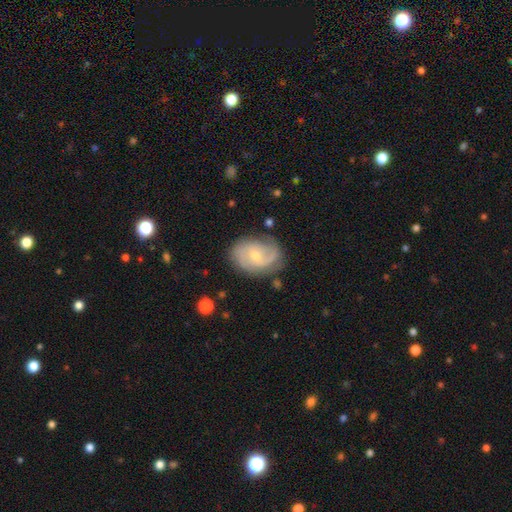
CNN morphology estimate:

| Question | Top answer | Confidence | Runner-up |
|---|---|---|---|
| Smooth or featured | featured or disk | 77% | smooth (17%) |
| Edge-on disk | no | 97% | yes (3%) |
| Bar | no | 56% | weak (38%) |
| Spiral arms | yes | 92% | no (8%) |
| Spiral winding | medium | 46% | tight (31%) |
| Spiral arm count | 2 | 69% | can't tell (14%) |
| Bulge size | small | 56% | moderate (40%) |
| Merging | none | 72% | minor disturbance (19%) |